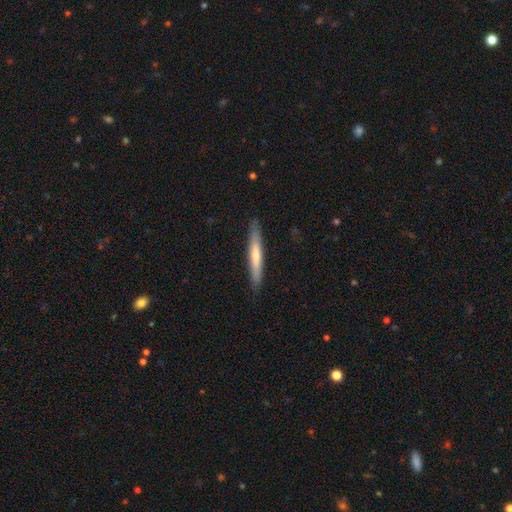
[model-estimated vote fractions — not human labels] A smooth galaxy with no disk features (62%) that is cigar-shaped (95%). Merging: none (88%).